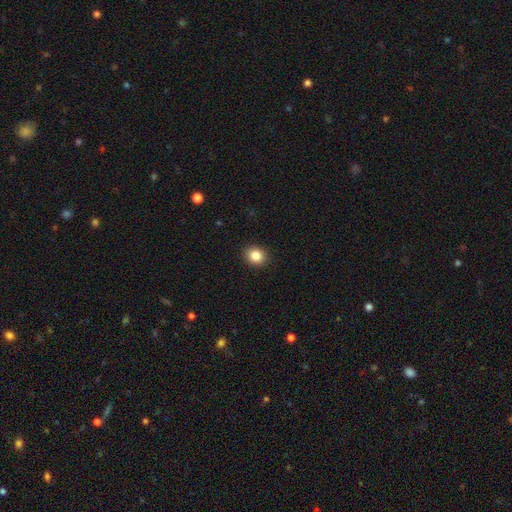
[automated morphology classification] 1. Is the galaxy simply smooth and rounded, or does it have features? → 86% smooth, 9% star or artifact, 4% featured or disk.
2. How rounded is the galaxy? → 70% round, 29% in between, 1% cigar-shaped.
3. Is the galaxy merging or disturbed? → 91% none, 6% minor disturbance, 2% major disturbance, 1% merger.